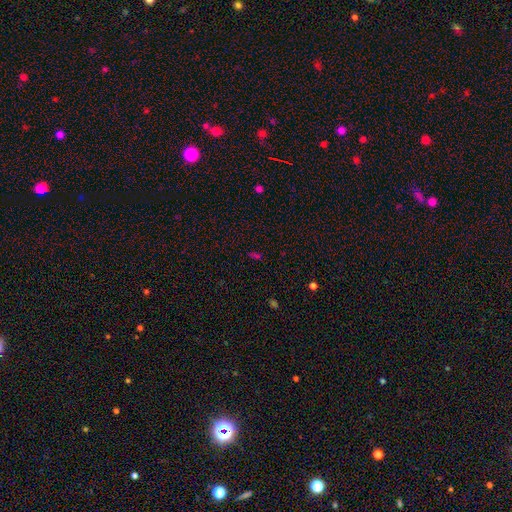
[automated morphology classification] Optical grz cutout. It shows a smooth galaxy with no disk features (46%). Merging: none (76%).